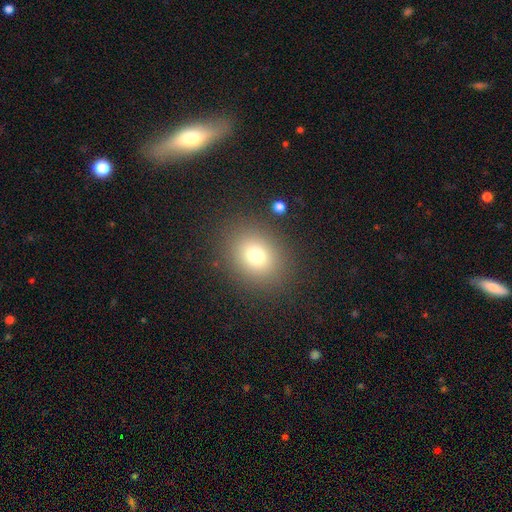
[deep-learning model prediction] Smooth or featured?
  - smooth: 75% *
  - star or artifact: 14%
  - featured or disk: 10%
How rounded?
  - round: 57% *
  - in between: 42%
  - cigar-shaped: 1%
Merging?
  - none: 86% *
  - minor disturbance: 8%
  - major disturbance: 4%
  - merger: 2%